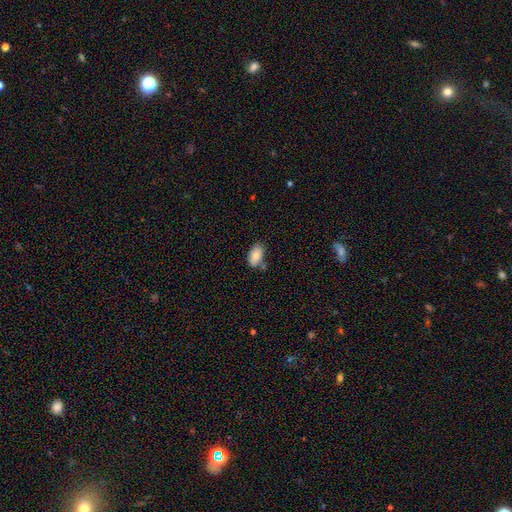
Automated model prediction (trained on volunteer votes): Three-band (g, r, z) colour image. It shows a smooth galaxy with no disk features (81%) that is in between round and cigar-shaped (93%). Merging: none (69%).